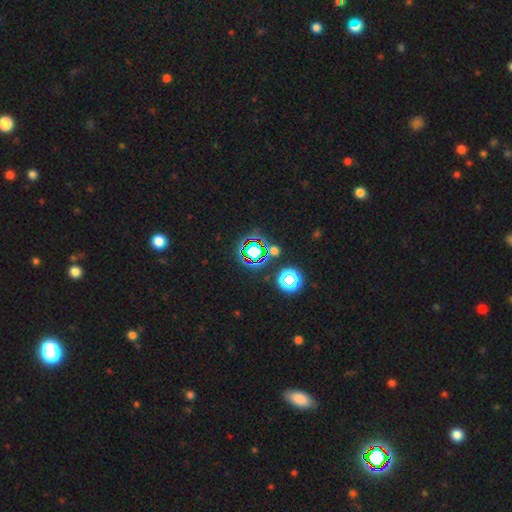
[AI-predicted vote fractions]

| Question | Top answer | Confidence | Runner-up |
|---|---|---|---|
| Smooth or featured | star or artifact | 73% | smooth (18%) |